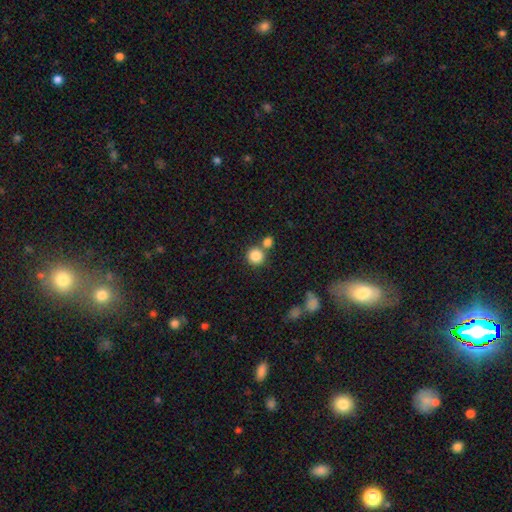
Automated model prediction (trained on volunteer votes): Smooth or featured? smooth (85%)
How rounded? round (92%)
Merging? none (66%)